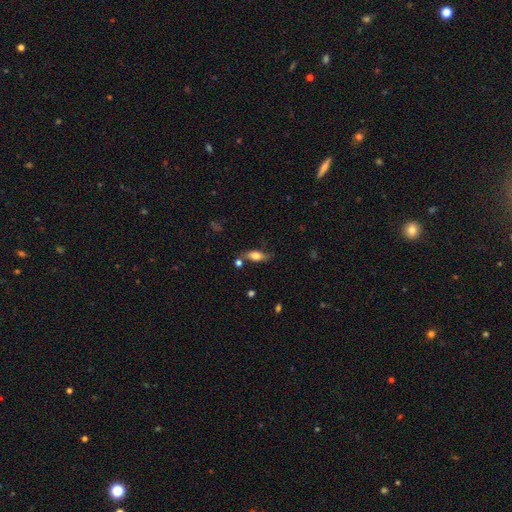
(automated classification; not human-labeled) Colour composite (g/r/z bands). It shows a smooth galaxy with no disk features (71%) that is in between round and cigar-shaped (76%). Merging: none (66%).